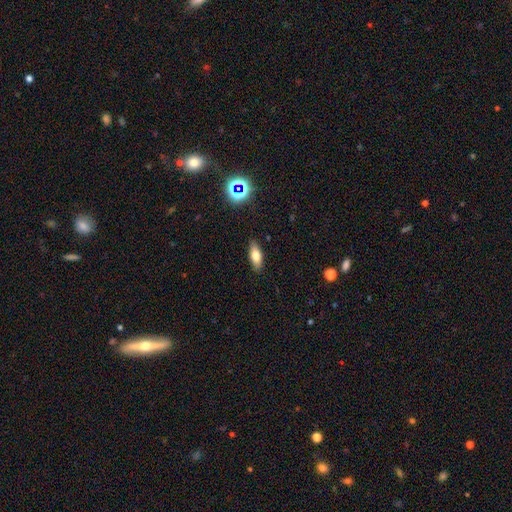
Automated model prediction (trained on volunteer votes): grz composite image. It shows a smooth galaxy with no disk features (71%) that is in between round and cigar-shaped (74%). Merging: none (88%).